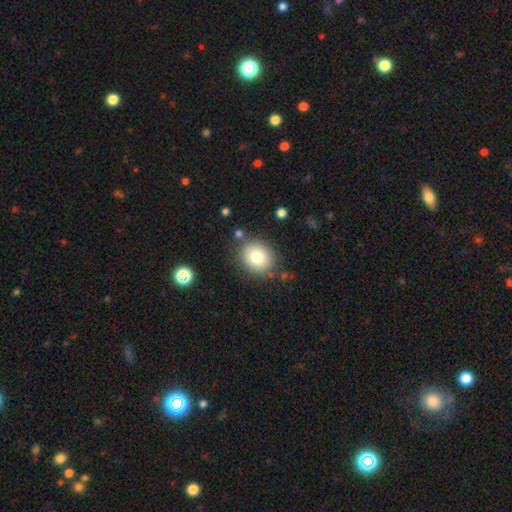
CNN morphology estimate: Q: Smooth or featured?
A: smooth (79%); runner-up: featured or disk (10%)
Q: How rounded?
A: round (69%); runner-up: in between (30%)
Q: Merging?
A: none (83%); runner-up: minor disturbance (11%)